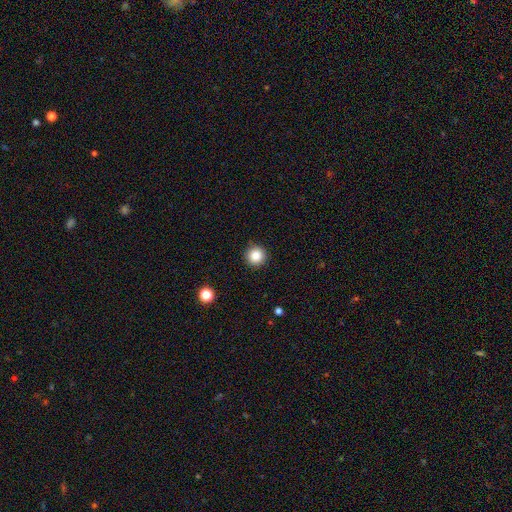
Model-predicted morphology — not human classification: Smooth or featured: smooth — 86% (star or artifact — 10%)
How rounded: round — 96% (in between — 3%)
Merging: none — 92% (minor disturbance — 6%)